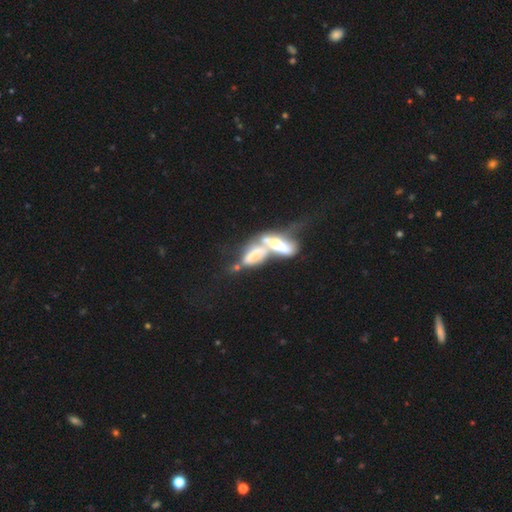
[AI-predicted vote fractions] Smooth or featured: featured or disk — 54% (smooth — 35%)
Edge-on disk: no — 80% (yes — 20%)
Merging: merger — 78% (major disturbance — 11%)